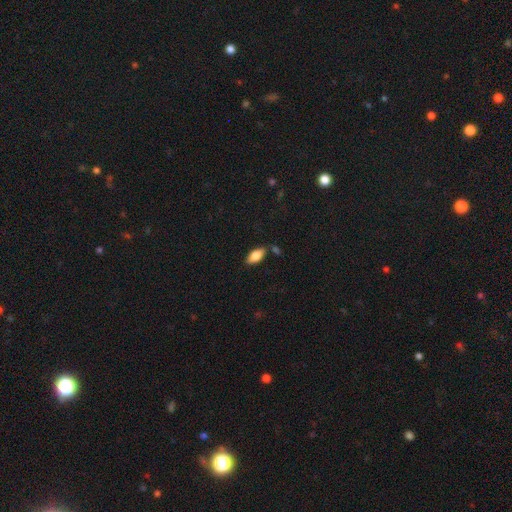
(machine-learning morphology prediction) Smooth or featured? Predicted: smooth (p=0.80). How rounded? Predicted: in between (p=0.89). Merging? Predicted: none (p=0.79).